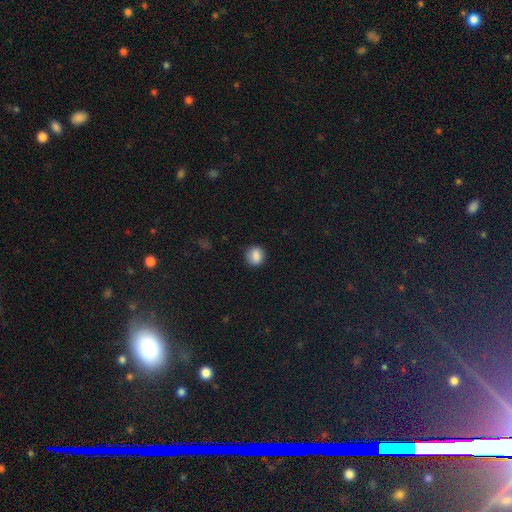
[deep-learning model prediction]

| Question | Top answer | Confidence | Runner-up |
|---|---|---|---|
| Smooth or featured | smooth | 86% | star or artifact (9%) |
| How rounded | round | 75% | in between (24%) |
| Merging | none | 86% | minor disturbance (10%) |